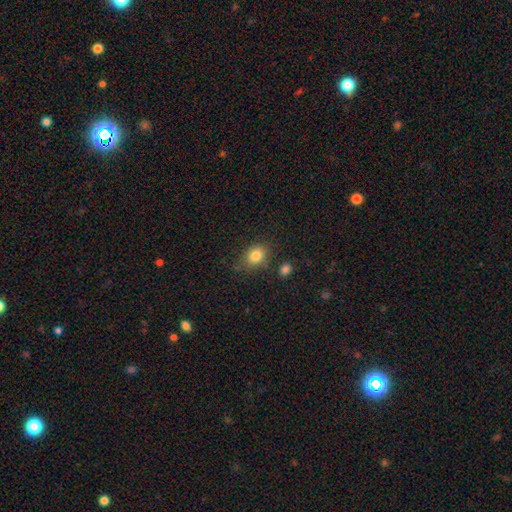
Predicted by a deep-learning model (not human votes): smooth 83%, star or artifact 10%, featured or disk 7%. Down the decision tree: how rounded — in between (62%); merging — none (73%).